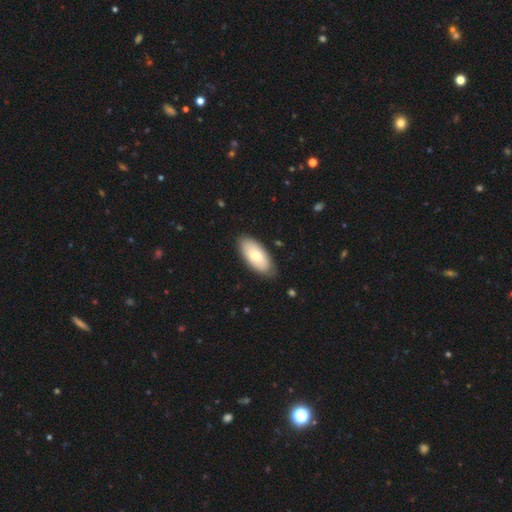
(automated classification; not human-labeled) Smooth or featured?
  - smooth: 67% *
  - featured or disk: 28%
  - star or artifact: 5%
How rounded?
  - in between: 92% *
  - cigar-shaped: 6%
  - round: 2%
Merging?
  - none: 84% *
  - minor disturbance: 12%
  - major disturbance: 2%
  - merger: 1%